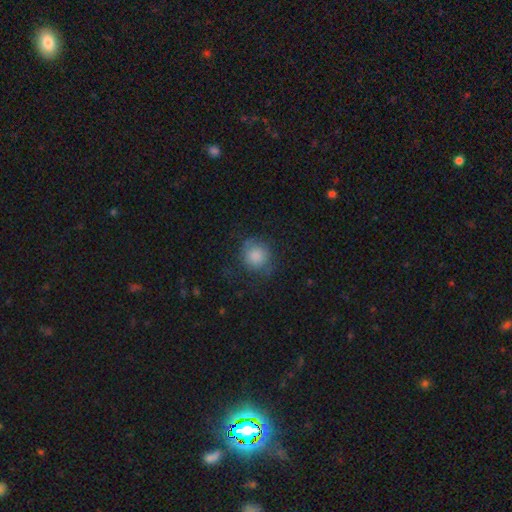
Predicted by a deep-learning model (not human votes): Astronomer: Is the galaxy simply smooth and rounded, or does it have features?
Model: smooth — 79%.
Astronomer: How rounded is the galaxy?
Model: round — 89%.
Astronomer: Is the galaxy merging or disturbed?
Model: none — 71%.